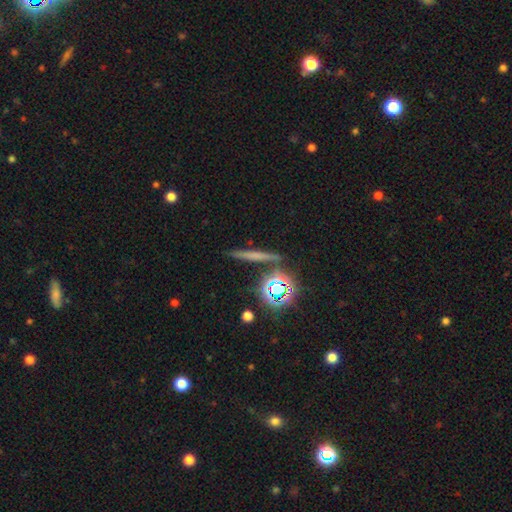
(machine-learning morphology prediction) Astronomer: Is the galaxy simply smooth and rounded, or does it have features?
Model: smooth — 47% (runner-up: featured or disk, 30%).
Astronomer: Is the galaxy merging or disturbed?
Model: none — 83%.